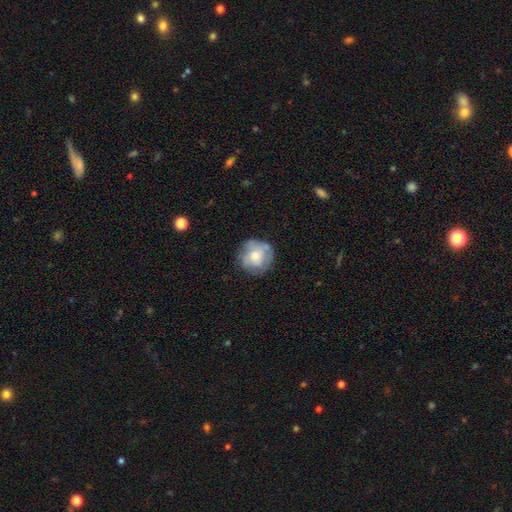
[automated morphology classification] smooth 54%, featured or disk 38%, star or artifact 8%. Down the decision tree: how rounded — round (89%); merging — none (66%).